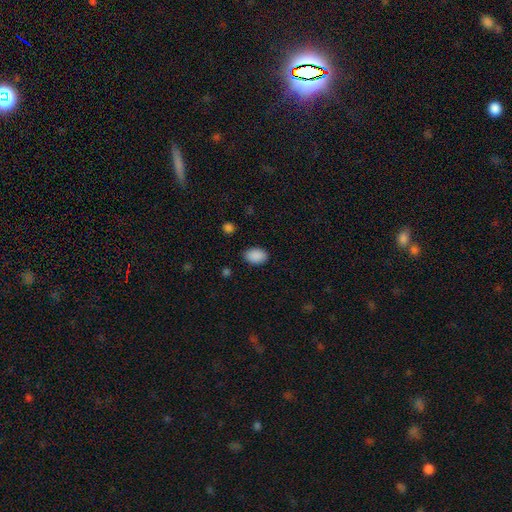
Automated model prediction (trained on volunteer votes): smooth 90%, star or artifact 8%, featured or disk 3%. Down the decision tree: how rounded — in between (84%); merging — none (86%).